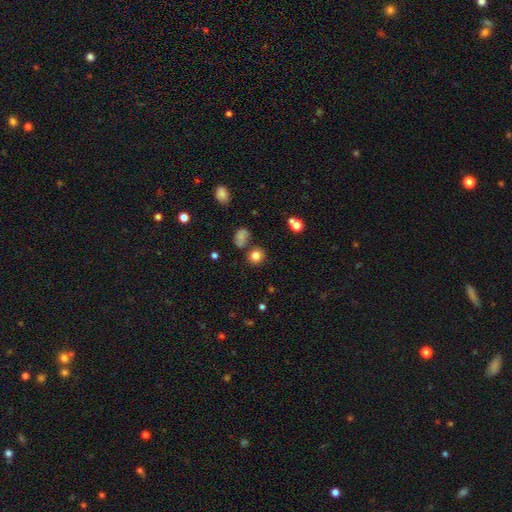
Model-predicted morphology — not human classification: Overall: smooth (80%). How rounded: round (84%). Merging: none (78%).